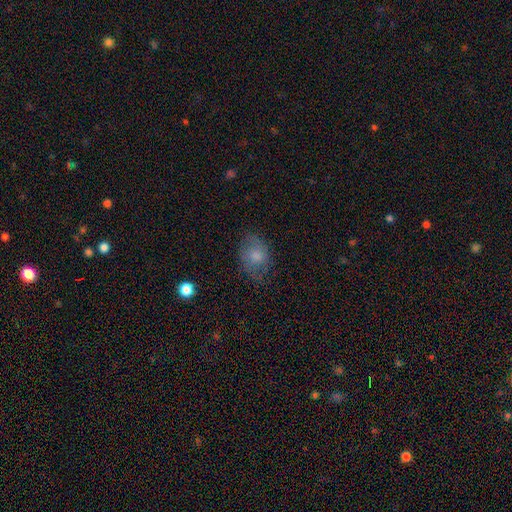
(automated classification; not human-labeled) Overall: smooth (69%). How rounded: in between (63%; round 36%). Merging: none (64%; minor disturbance 24%).